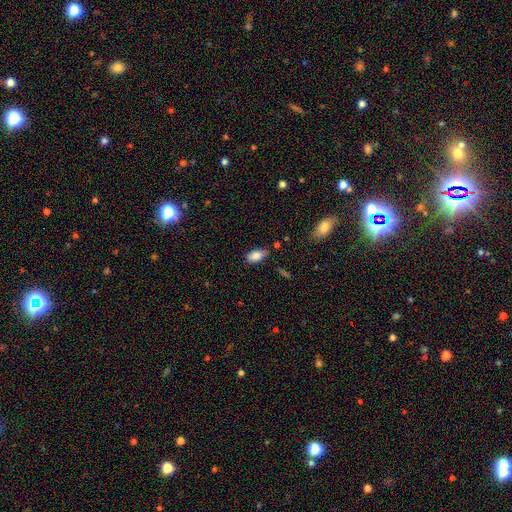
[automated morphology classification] smooth 84%, star or artifact 8%, featured or disk 8%. Down the decision tree: how rounded — in between (92%); merging — none (70%).